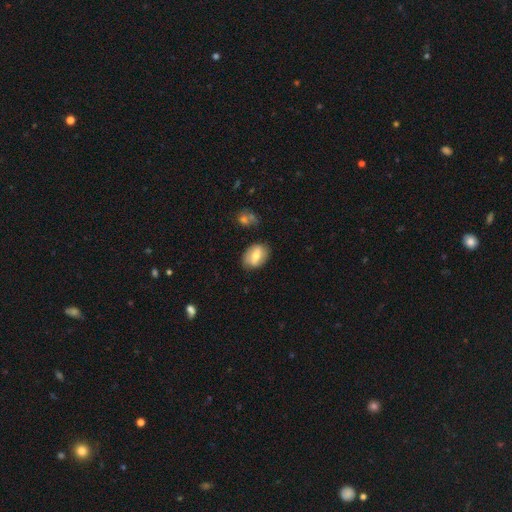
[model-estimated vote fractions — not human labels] Smooth or featured? smooth (56%)
How rounded? in between (78%)
Merging? none (78%)